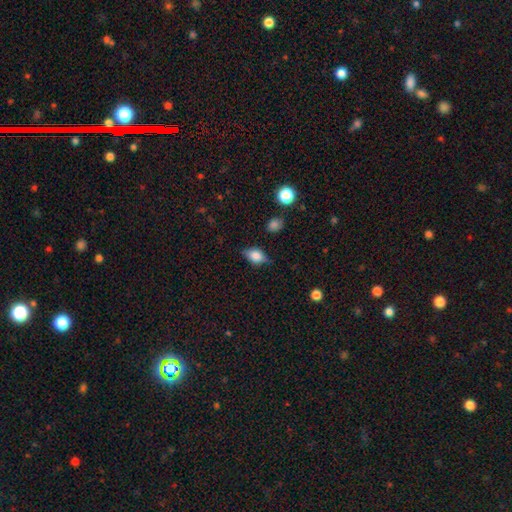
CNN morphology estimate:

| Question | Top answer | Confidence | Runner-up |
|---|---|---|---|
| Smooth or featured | smooth | 72% | featured or disk (19%) |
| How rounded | in between | 77% | round (19%) |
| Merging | none | 71% | minor disturbance (22%) |